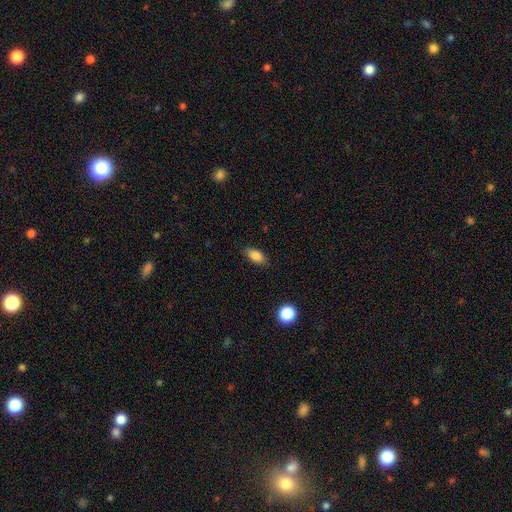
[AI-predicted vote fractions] Smooth or featured? smooth (85%)
How rounded? in between (88%)
Merging? none (85%)